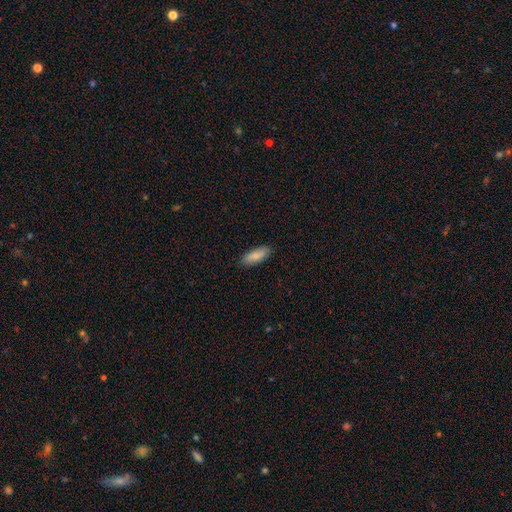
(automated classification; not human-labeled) The model was most divided on "how rounded": in between: 73%, cigar-shaped: 25%, round: 2%. More confident: merging — none (88%); smooth or featured — smooth (81%).